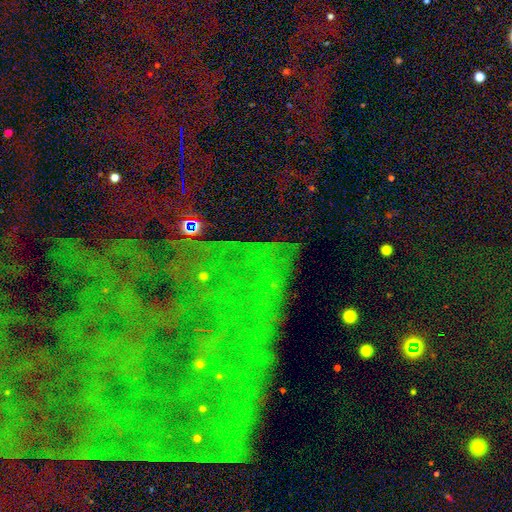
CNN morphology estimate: This is likely a star or artifact rather than a galaxy (72%).